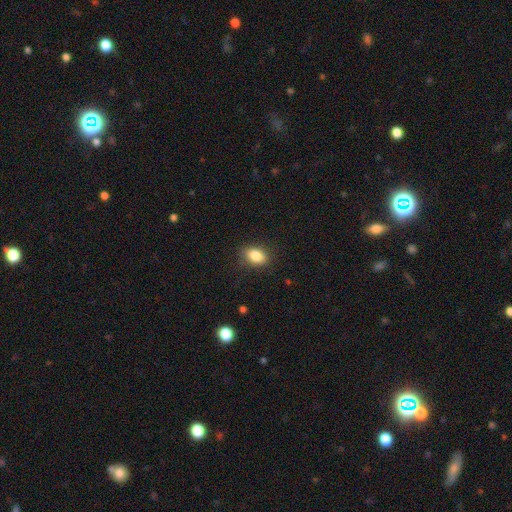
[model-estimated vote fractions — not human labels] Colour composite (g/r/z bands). It shows a smooth galaxy with no disk features (84%) that is in between round and cigar-shaped (81%). Merging: none (84%).